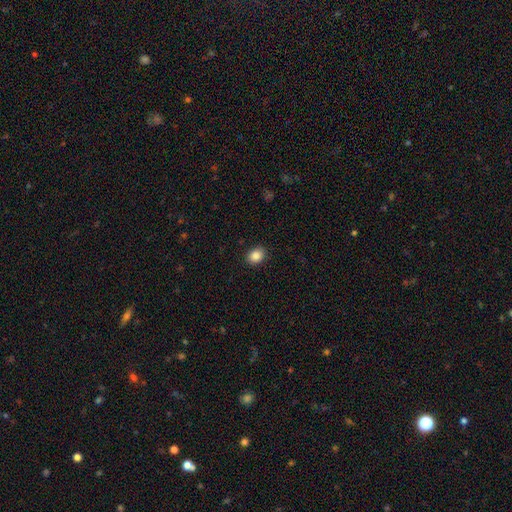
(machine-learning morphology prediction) This appears to be a smooth galaxy with no disk features (86%) that is round (52%). Merging: none (89%).